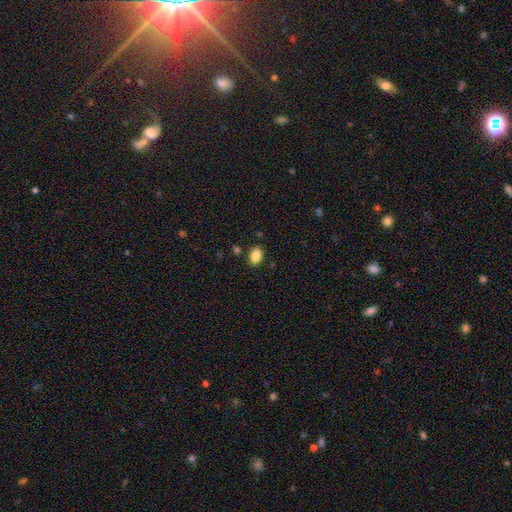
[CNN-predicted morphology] smooth_or_featured: smooth (p=0.86) [alt: star or artifact p=0.09]
how_rounded: in between (p=0.85) [alt: round p=0.13]
merging: none (p=0.86) [alt: minor disturbance p=0.09]